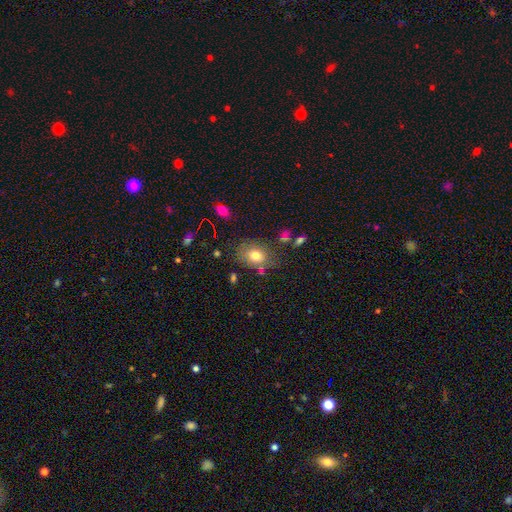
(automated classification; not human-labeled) Smooth or featured?
  - smooth: 77% *
  - featured or disk: 12%
  - star or artifact: 11%
How rounded?
  - in between: 62% *
  - round: 37%
  - cigar-shaped: 1%
Merging?
  - none: 72% *
  - minor disturbance: 17%
  - merger: 6%
  - major disturbance: 6%